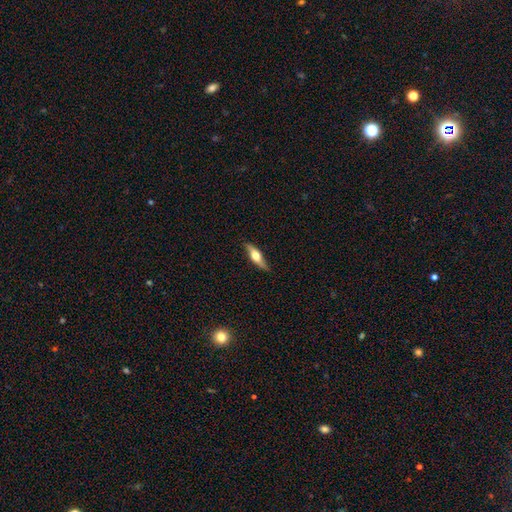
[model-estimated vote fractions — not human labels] Q: Smooth or featured?
A: featured or disk (60%); runner-up: smooth (35%)
Q: Edge-on disk?
A: yes (88%); runner-up: no (12%)
Q: Edge-on bulge?
A: rounded (94%); runner-up: boxy (4%)
Q: Merging?
A: none (83%); runner-up: minor disturbance (13%)